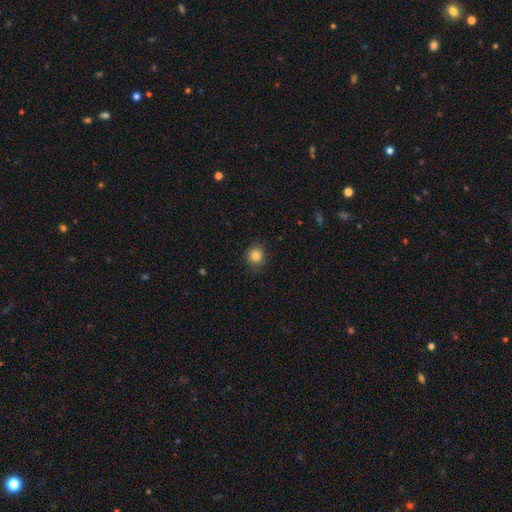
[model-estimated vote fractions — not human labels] Smooth or featured? Predicted: smooth (p=0.83). How rounded? Predicted: round (p=0.87). Merging? Predicted: none (p=0.83).